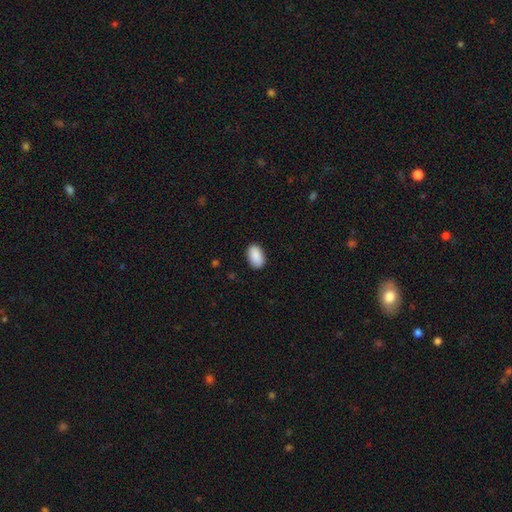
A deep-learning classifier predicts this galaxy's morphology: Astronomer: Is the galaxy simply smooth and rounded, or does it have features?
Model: smooth — 91%.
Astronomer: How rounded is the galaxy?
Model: in between — 93%.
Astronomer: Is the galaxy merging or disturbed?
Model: none — 88%.